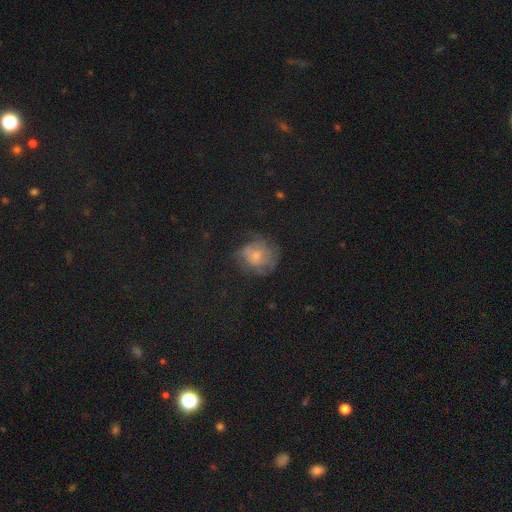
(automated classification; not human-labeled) This appears to be a featured or disk galaxy (43%). Merging: none (52%).